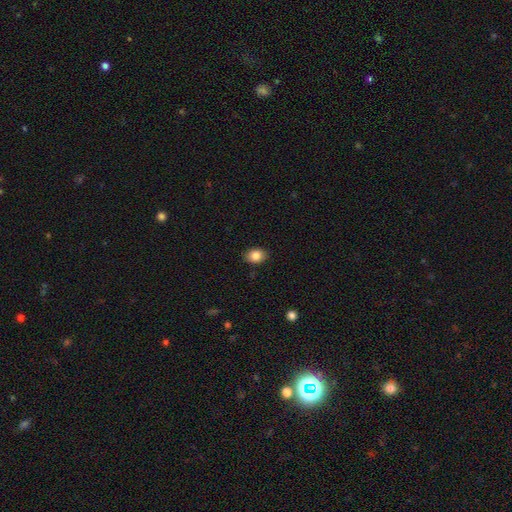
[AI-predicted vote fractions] A smooth galaxy with no disk features (86%) that is in between round and cigar-shaped (66%).

Vote fractions:
- Smooth or featured? smooth: 86% / star or artifact: 9% / featured or disk: 5%
- How rounded? in between: 66% / round: 33% / cigar-shaped: 1%
- Merging? none: 87% / minor disturbance: 10% / major disturbance: 2% / merger: 1%